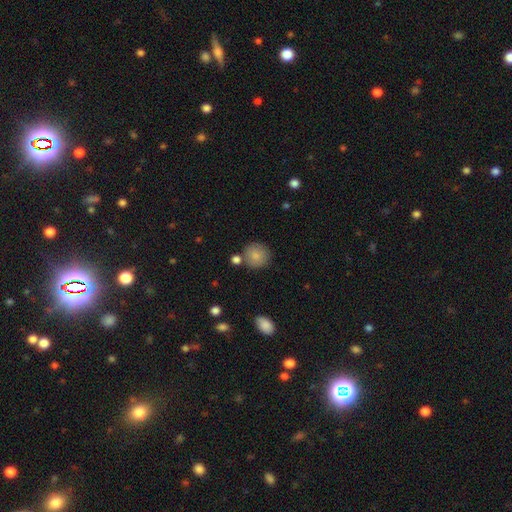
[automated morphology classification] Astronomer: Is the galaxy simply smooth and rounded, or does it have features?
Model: smooth — 84%.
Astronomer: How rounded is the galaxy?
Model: round — 92%.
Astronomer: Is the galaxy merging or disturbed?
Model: none — 77%.